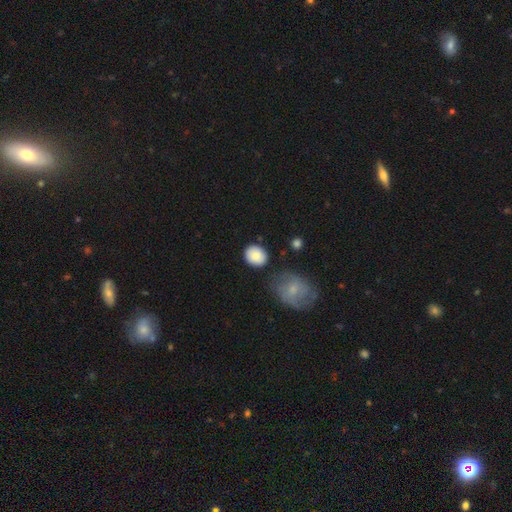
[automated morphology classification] A smooth galaxy with no disk features (82%) that is round (76%).

Vote fractions:
- Smooth or featured? smooth: 82% / featured or disk: 11% / star or artifact: 7%
- How rounded? round: 76% / in between: 23% / cigar-shaped: 1%
- Merging? none: 79% / minor disturbance: 13% / merger: 5% / major disturbance: 3%